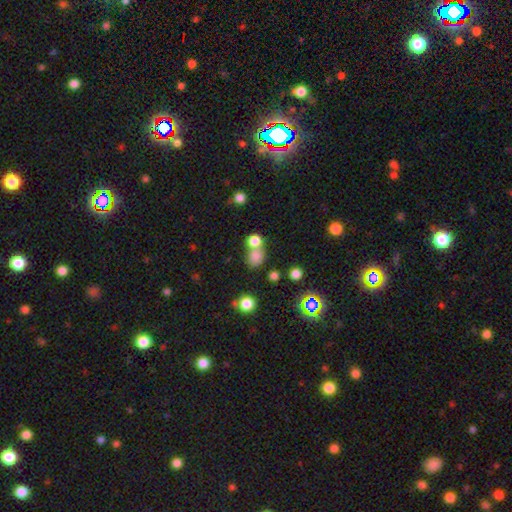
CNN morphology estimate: A smooth galaxy with no disk features (76%) that is round (67%). Merging: none (47%).